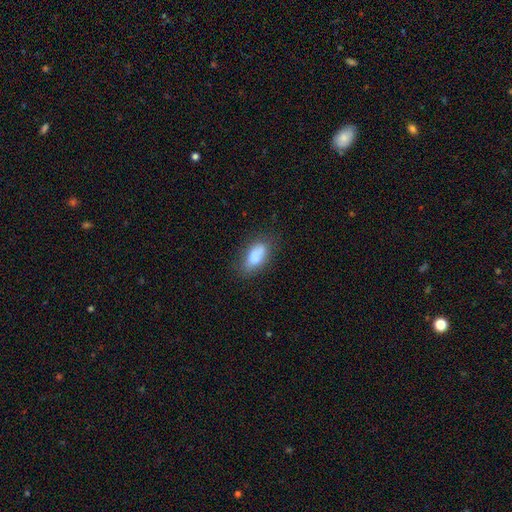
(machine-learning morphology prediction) type=smooth (79%); roundness=in between (87%); merging=none (63%).